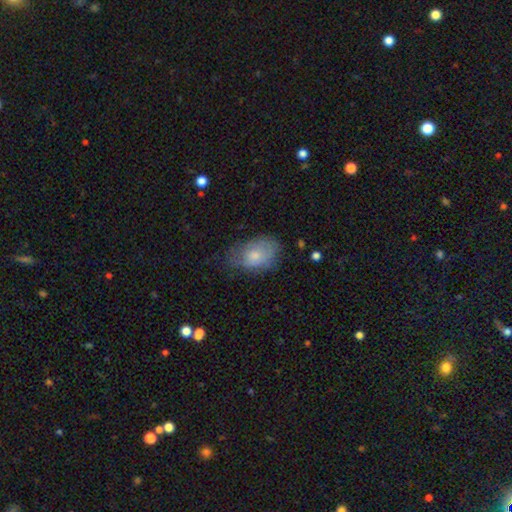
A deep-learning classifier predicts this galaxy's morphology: A smooth galaxy with no disk features (72%) that is in between round and cigar-shaped (88%). Merging: none (52%).